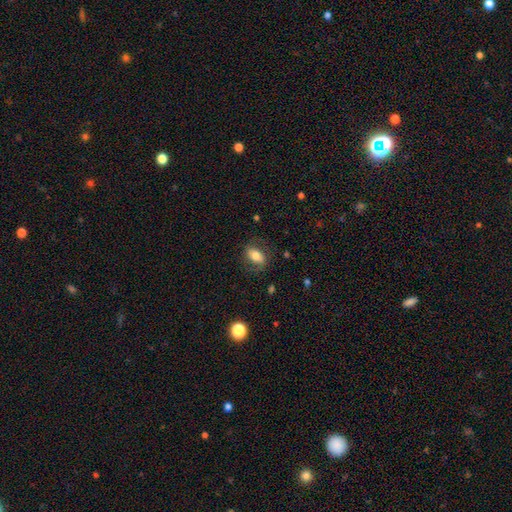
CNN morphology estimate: smooth 62%, featured or disk 30%, star or artifact 8%. Down the decision tree: how rounded — in between (85%); merging — none (71%).